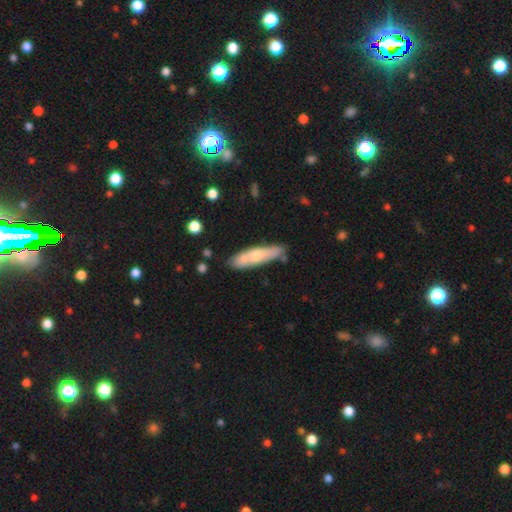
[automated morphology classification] Overall: smooth (60%; featured or disk 34%). How rounded: cigar-shaped (76%). Merging: none (66%).